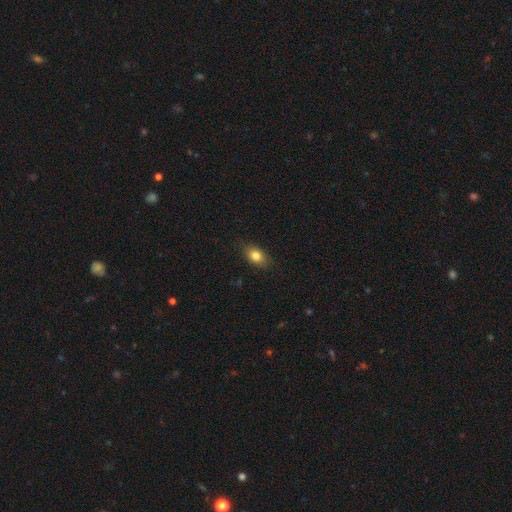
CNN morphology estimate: smooth-or-featured: smooth: 82% | featured or disk: 9% | star or artifact: 9%
  how-rounded: in between: 80% | round: 16% | cigar-shaped: 4%
  merging: none: 83% | minor disturbance: 13% | major disturbance: 3% | merger: 1%